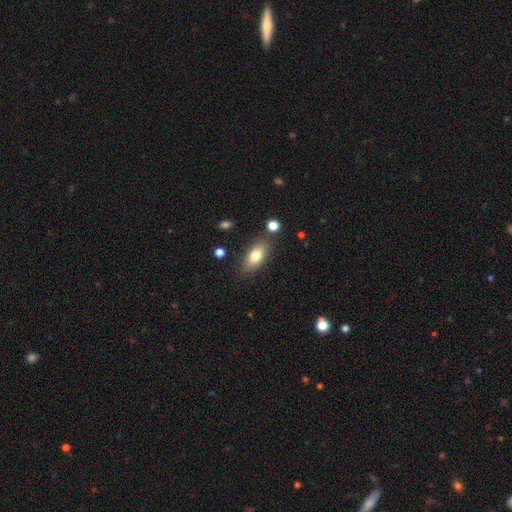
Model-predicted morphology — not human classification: smooth-or-featured: smooth: 78% | featured or disk: 14% | star or artifact: 8%
  how-rounded: in between: 84% | cigar-shaped: 11% | round: 4%
  merging: none: 81% | minor disturbance: 12% | merger: 4% | major disturbance: 3%